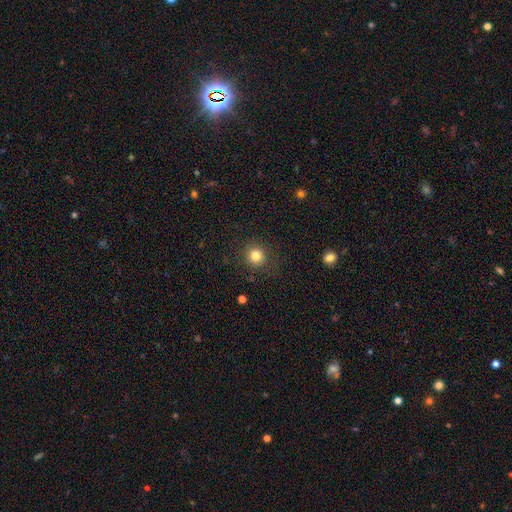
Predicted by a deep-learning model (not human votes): smooth_or_featured: smooth (p=0.82) [alt: star or artifact p=0.12]
how_rounded: round (p=0.91) [alt: in between p=0.08]
merging: none (p=0.87) [alt: minor disturbance p=0.08]